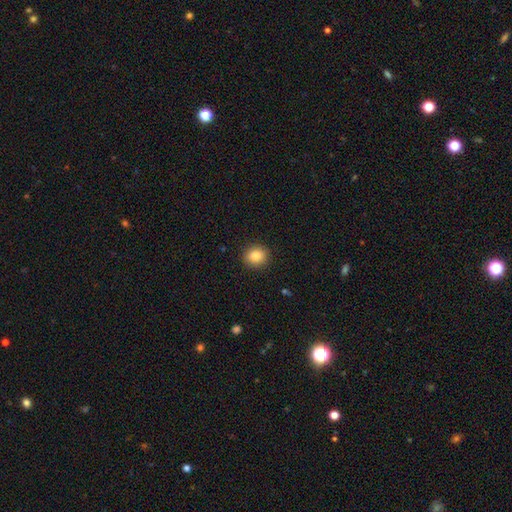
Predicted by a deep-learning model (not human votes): The model was most divided on "how rounded": round: 79%, in between: 20%, cigar-shaped: 1%. More confident: merging — none (91%); smooth or featured — smooth (84%).